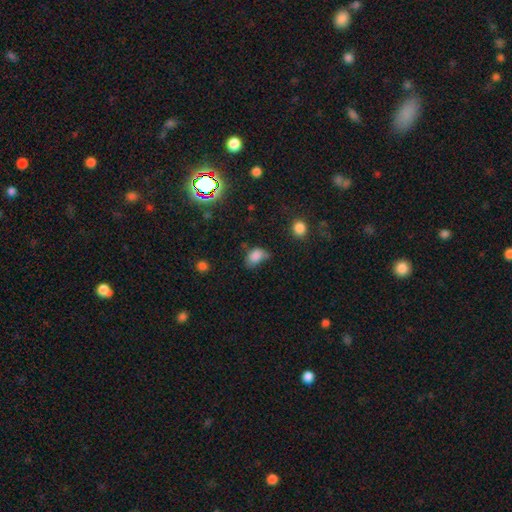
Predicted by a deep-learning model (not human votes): Q: Smooth or featured?
A: smooth (80%); runner-up: star or artifact (12%)
Q: How rounded?
A: in between (80%); runner-up: round (19%)
Q: Merging?
A: none (40%); runner-up: minor disturbance (37%)